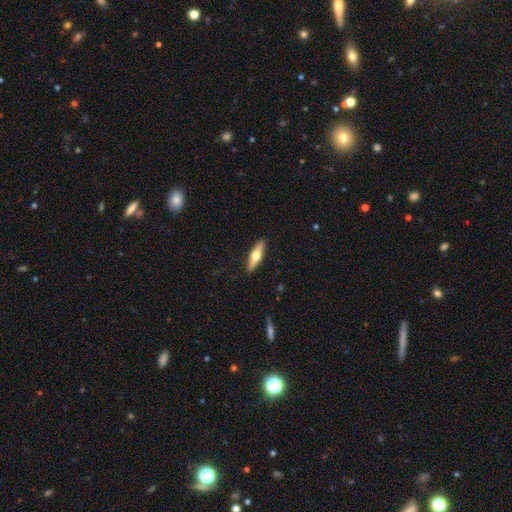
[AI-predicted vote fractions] Smooth or featured? smooth (49%)
Merging? none (89%)